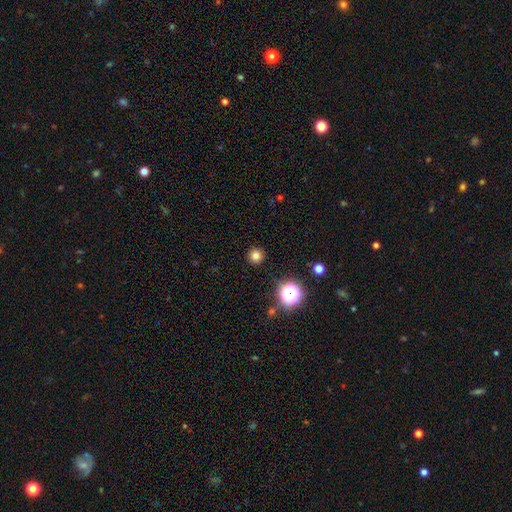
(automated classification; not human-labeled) Overall: smooth (77%). How rounded: round (96%). Merging: none (92%).